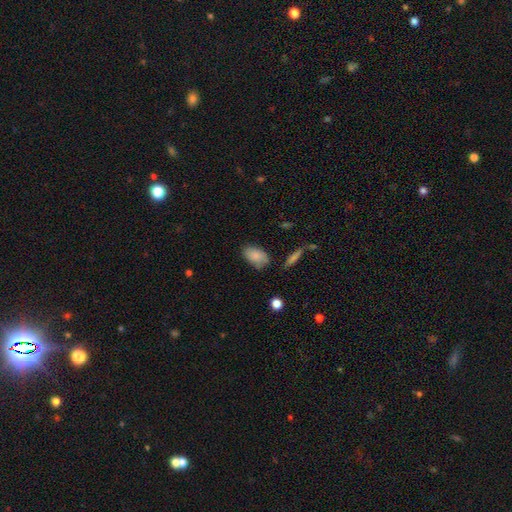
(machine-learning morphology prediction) This appears to be a smooth galaxy with no disk features (83%) that is in between round and cigar-shaped (92%). Merging: none (70%).